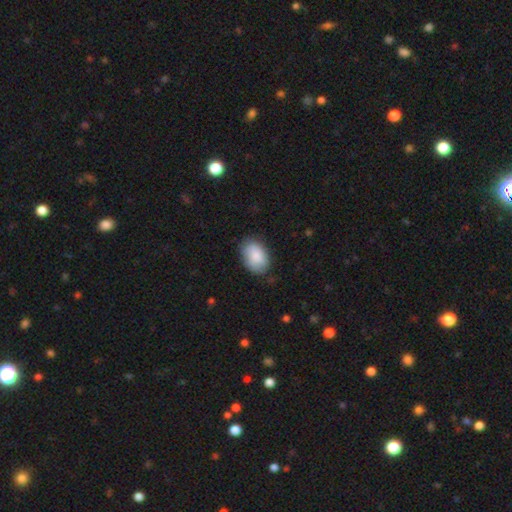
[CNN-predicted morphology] smooth-or-featured: smooth: 85% | featured or disk: 9% | star or artifact: 6%
  how-rounded: in between: 86% | round: 13% | cigar-shaped: 1%
  merging: none: 75% | minor disturbance: 19% | major disturbance: 4% | merger: 1%